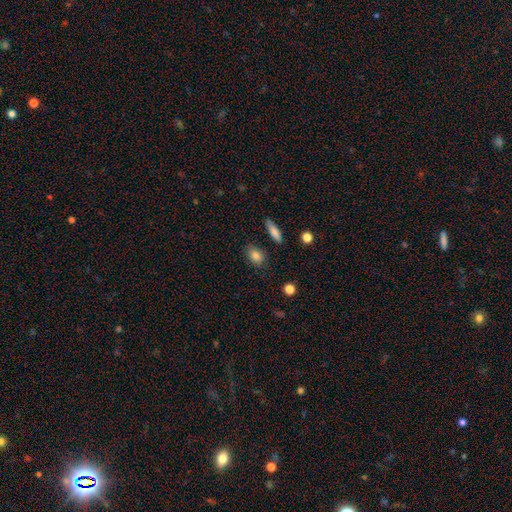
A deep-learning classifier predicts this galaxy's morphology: Smooth or featured: smooth — 83% (star or artifact — 9%)
How rounded: in between — 69% (round — 27%)
Merging: none — 81% (minor disturbance — 13%)